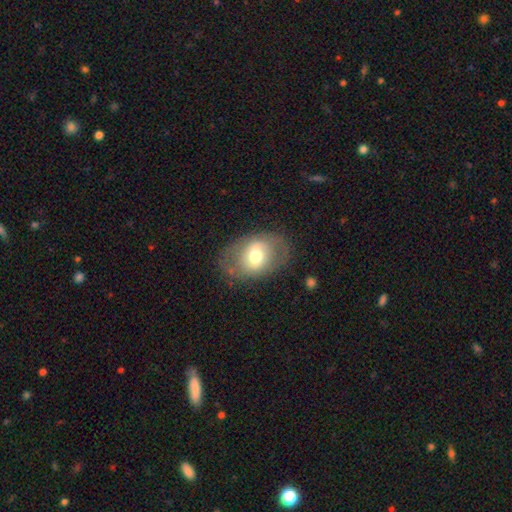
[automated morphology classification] type=smooth (52%); roundness=in between (75%); merging=none (74%).